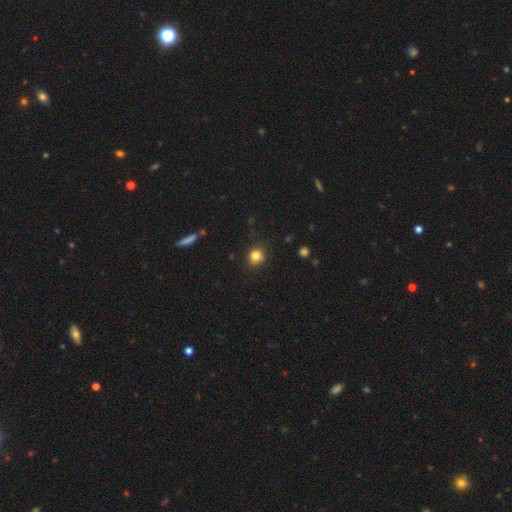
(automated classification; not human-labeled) A smooth galaxy with no disk features (82%) that is round (73%). Merging: none (80%).